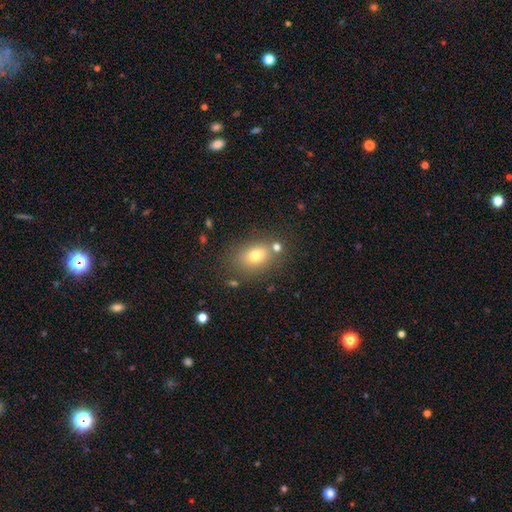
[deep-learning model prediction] Smooth or featured: smooth — 73% (featured or disk — 14%)
How rounded: in between — 68% (round — 31%)
Merging: none — 72% (minor disturbance — 13%)